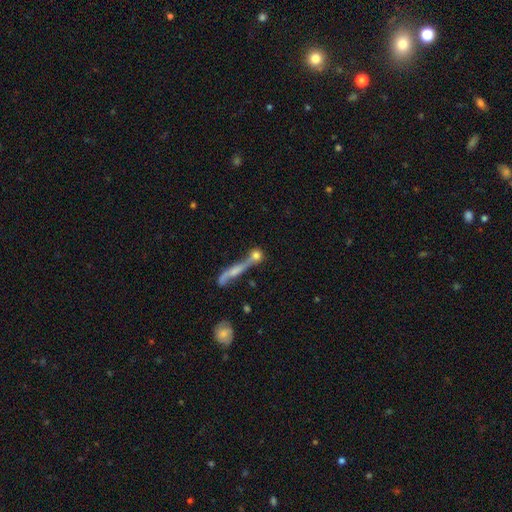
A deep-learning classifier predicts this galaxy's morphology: The model was most divided on "merging": merger: 50%, none: 33%, minor disturbance: 9%, major disturbance: 9%. More confident: smooth or featured — smooth (64%); how rounded — round (61%).